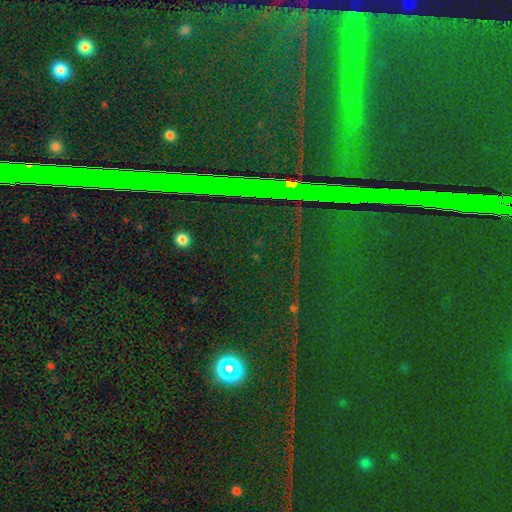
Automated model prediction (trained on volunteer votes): smooth-or-featured: star or artifact: 87% | smooth: 6% | featured or disk: 6%